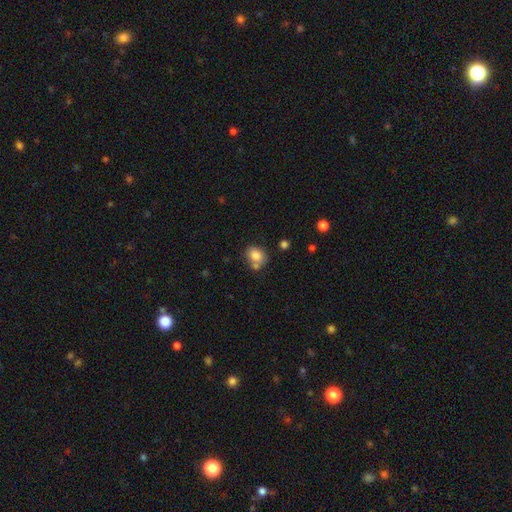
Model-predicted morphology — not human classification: Smooth or featured? smooth (81%)
How rounded? round (52%)
Merging? none (52%)